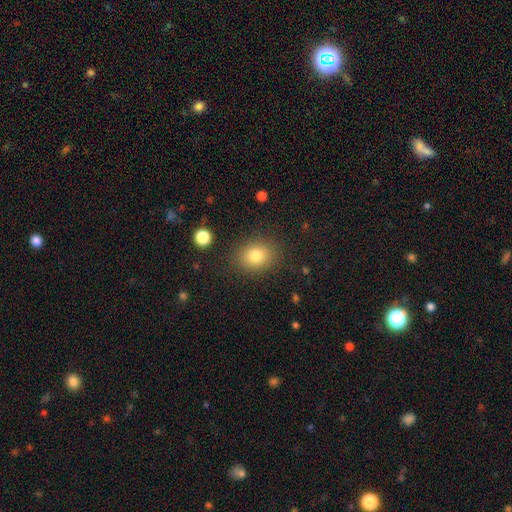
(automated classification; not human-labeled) Smooth or featured? Predicted: smooth (p=0.80). How rounded? Predicted: round (p=0.54). Merging? Predicted: none (p=0.86).